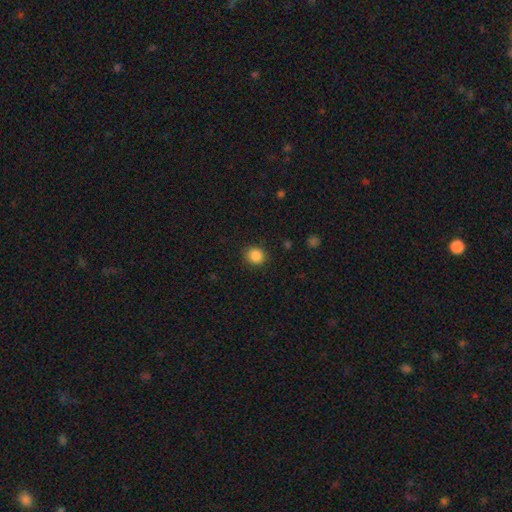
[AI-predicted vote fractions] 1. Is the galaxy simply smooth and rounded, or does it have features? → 86% smooth, 10% star or artifact, 3% featured or disk.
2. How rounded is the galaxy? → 82% round, 18% in between, 1% cigar-shaped.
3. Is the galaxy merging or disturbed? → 88% none, 8% minor disturbance, 3% major disturbance, 1% merger.